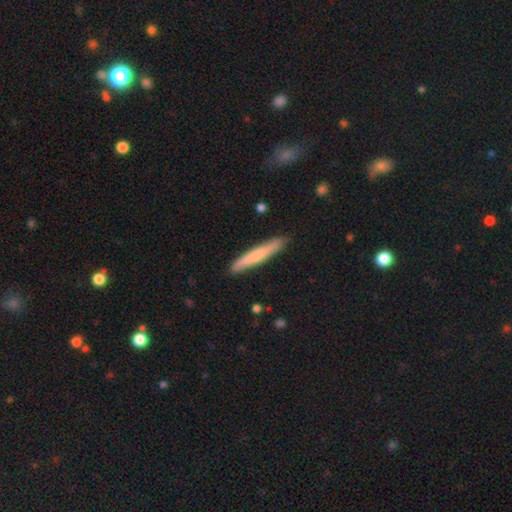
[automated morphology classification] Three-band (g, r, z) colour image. It shows a smooth galaxy with no disk features (65%) that is cigar-shaped (95%). Merging: none (88%).